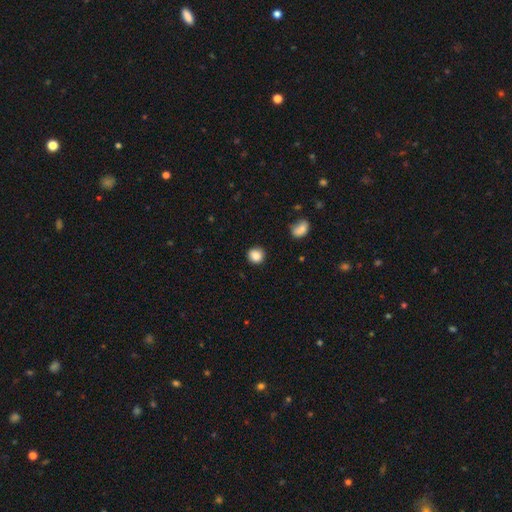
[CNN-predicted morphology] Smooth or featured? smooth (87%)
How rounded? round (87%)
Merging? none (88%)